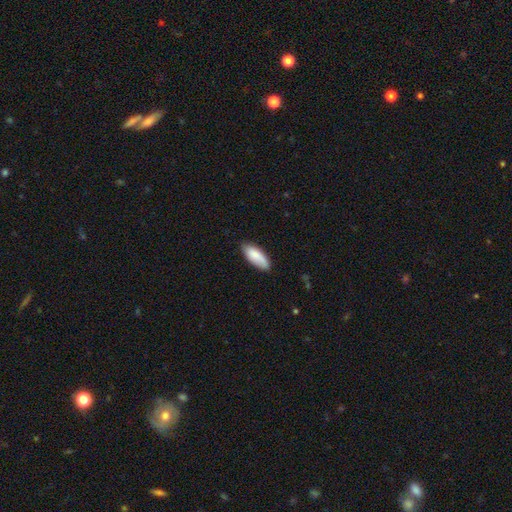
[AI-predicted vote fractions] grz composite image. It shows a smooth galaxy with no disk features (84%) that is in between round and cigar-shaped (80%). Merging: none (78%).